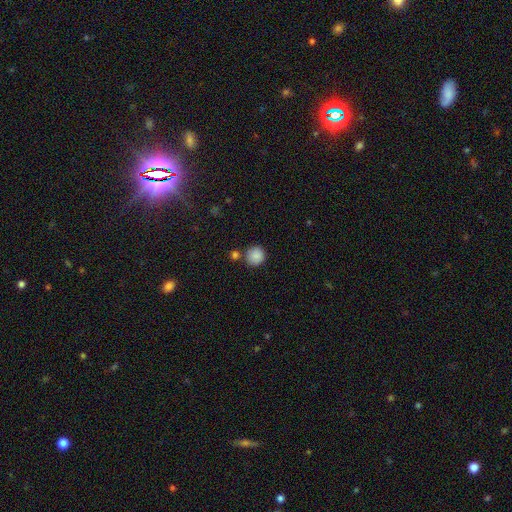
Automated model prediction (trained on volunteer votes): Overall: smooth (87%). How rounded: round (93%). Merging: none (75%).